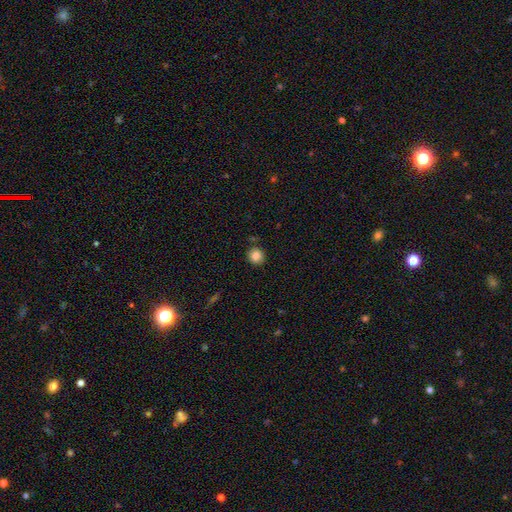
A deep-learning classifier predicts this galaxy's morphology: Smooth or featured? smooth (83%)
How rounded? round (88%)
Merging? none (86%)